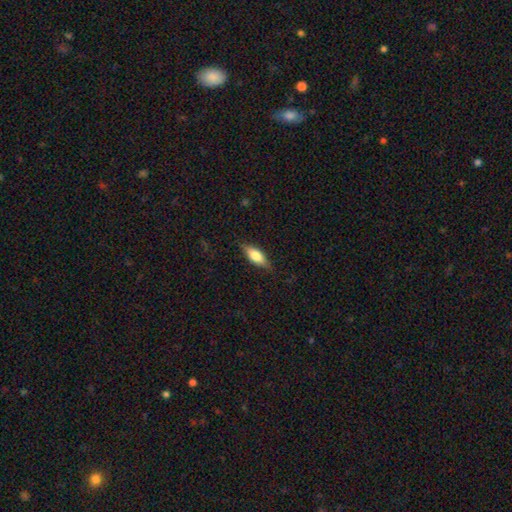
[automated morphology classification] A smooth galaxy with no disk features (63%) that is in between round and cigar-shaped (68%).

Vote fractions:
- Smooth or featured? smooth: 63% / featured or disk: 31% / star or artifact: 7%
- How rounded? in between: 68% / cigar-shaped: 29% / round: 3%
- Merging? none: 81% / minor disturbance: 14% / major disturbance: 3% / merger: 1%